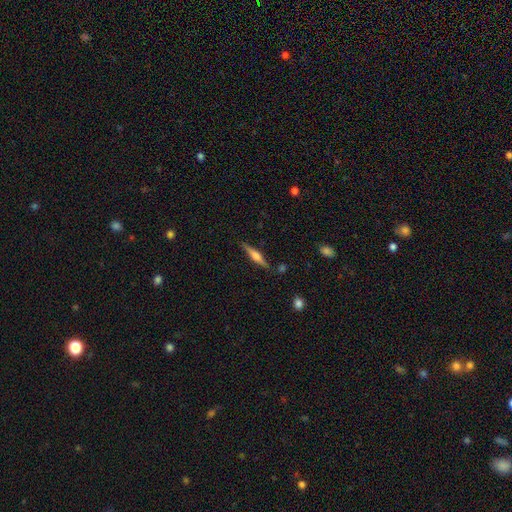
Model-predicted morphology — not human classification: This is likely a featured or disk galaxy (66%). It is clearly viewed edge-on (97%). Edge-on bulge: likely rounded (80%). Merging: clearly none (86%).